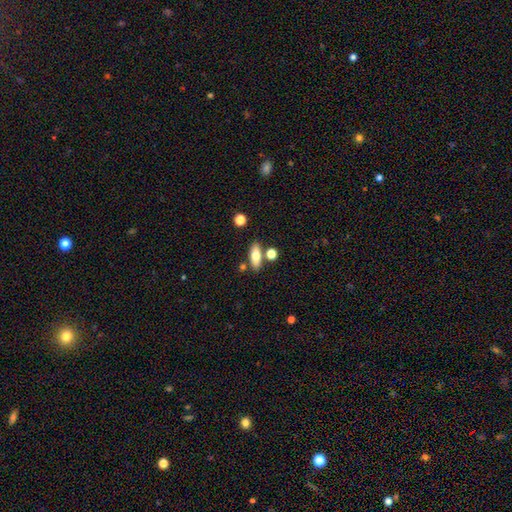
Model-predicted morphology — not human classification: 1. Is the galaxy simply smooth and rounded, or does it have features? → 70% smooth, 22% featured or disk, 7% star or artifact.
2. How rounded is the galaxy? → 70% in between, 25% cigar-shaped, 5% round.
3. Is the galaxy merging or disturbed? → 77% none, 10% minor disturbance, 10% merger, 3% major disturbance.